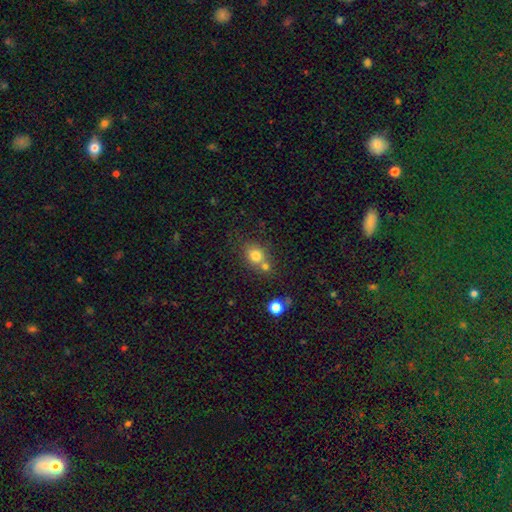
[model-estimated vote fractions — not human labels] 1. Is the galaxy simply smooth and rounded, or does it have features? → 77% smooth, 12% star or artifact, 10% featured or disk.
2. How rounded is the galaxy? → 67% round, 32% in between, 1% cigar-shaped.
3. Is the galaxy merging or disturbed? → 54% none, 32% merger, 11% minor disturbance, 4% major disturbance.